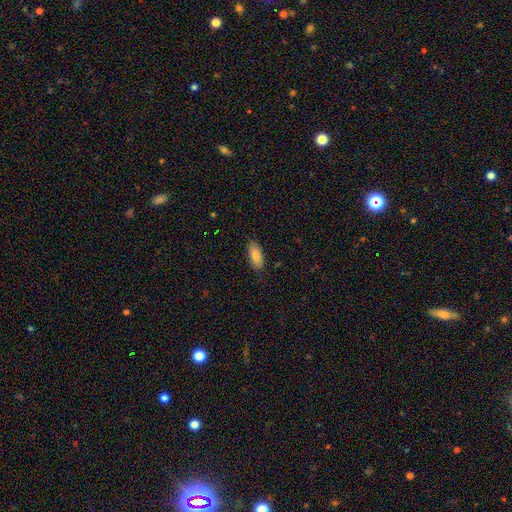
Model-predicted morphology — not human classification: This appears to be a smooth galaxy with no disk features (87%) that is in between round and cigar-shaped (83%). Merging: none (86%).